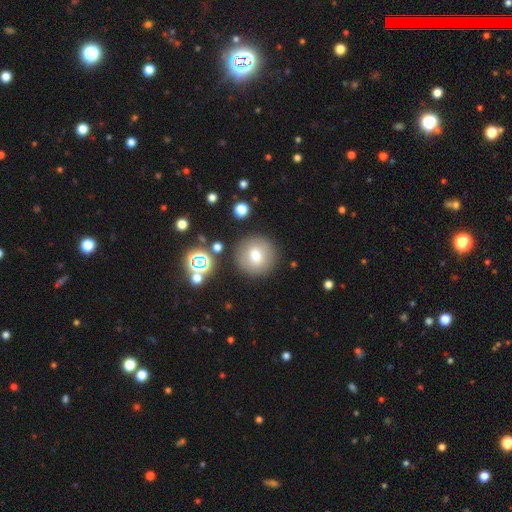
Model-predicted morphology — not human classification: A smooth galaxy with no disk features (71%) that is round (96%).

Vote fractions:
- Smooth or featured? smooth: 71% / featured or disk: 16% / star or artifact: 13%
- How rounded? round: 96% / in between: 3% / cigar-shaped: 1%
- Merging? none: 87% / minor disturbance: 7% / merger: 3% / major disturbance: 3%